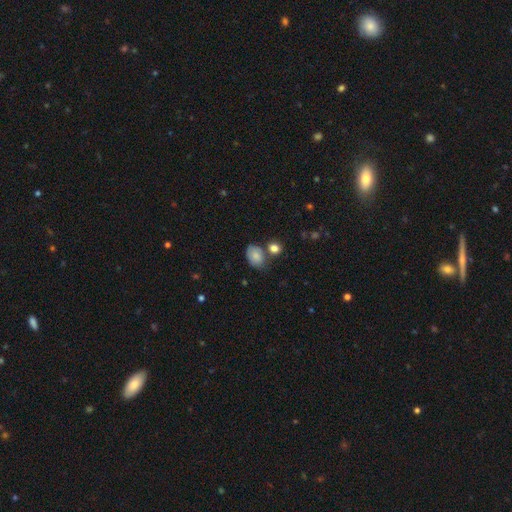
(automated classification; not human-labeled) smooth_or_featured: smooth (p=0.80) [alt: featured or disk p=0.11]
how_rounded: in between (p=0.73) [alt: round p=0.26]
merging: none (p=0.58) [alt: minor disturbance p=0.20]